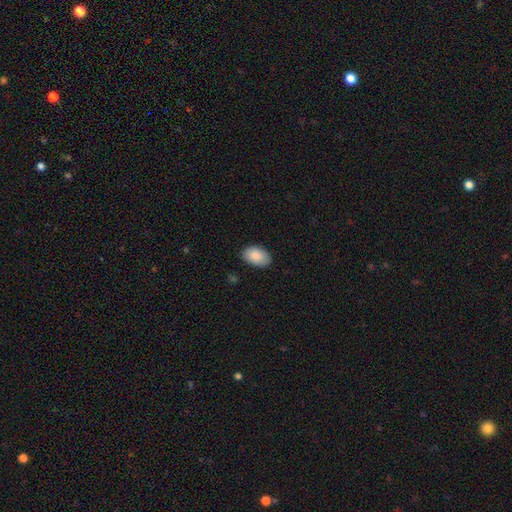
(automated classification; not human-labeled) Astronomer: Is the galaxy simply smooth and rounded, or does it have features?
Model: smooth — 89%.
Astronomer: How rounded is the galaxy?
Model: in between — 92%.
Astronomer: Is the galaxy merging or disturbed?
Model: none — 85%.